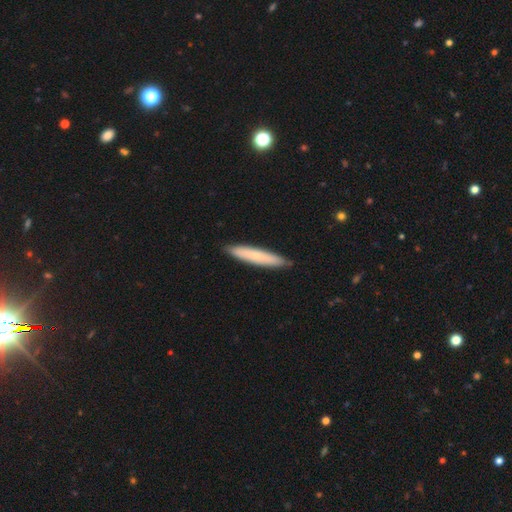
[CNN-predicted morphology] smooth_or_featured: smooth (p=0.71) [alt: featured or disk p=0.23]
how_rounded: cigar-shaped (p=0.92) [alt: in between p=0.07]
merging: none (p=0.89) [alt: minor disturbance p=0.08]